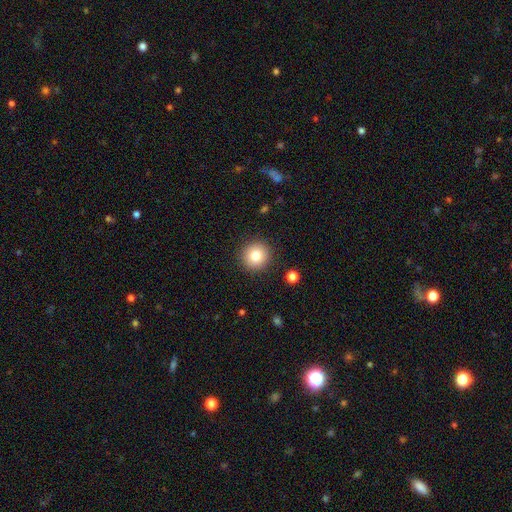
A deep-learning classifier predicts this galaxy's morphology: A smooth galaxy with no disk features (80%) that is round (94%).

Vote fractions:
- Smooth or featured? smooth: 80% / star or artifact: 11% / featured or disk: 9%
- How rounded? round: 94% / in between: 5% / cigar-shaped: 1%
- Merging? none: 90% / minor disturbance: 6% / major disturbance: 2% / merger: 1%